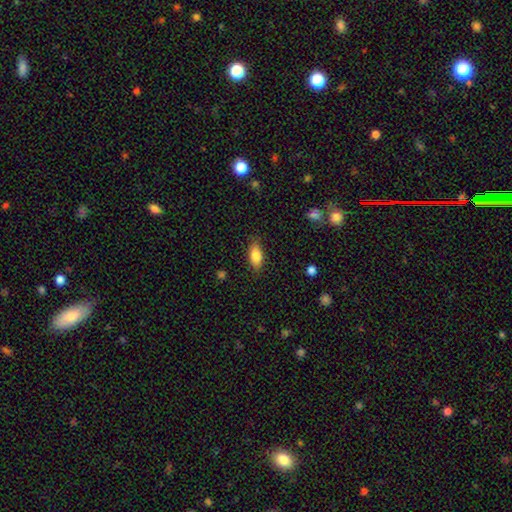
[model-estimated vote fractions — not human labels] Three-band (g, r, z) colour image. It shows a smooth galaxy with no disk features (83%) that is in between round and cigar-shaped (85%). Merging: none (83%).